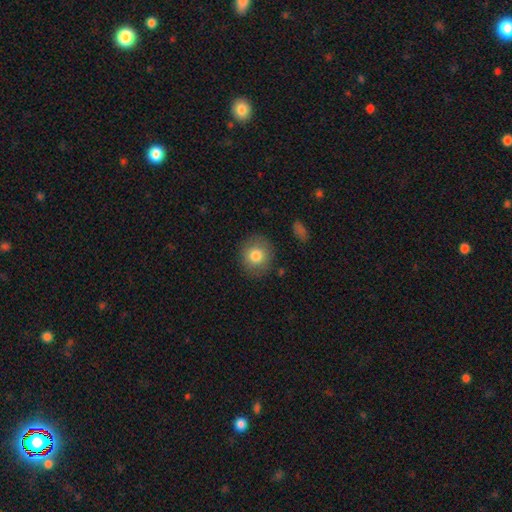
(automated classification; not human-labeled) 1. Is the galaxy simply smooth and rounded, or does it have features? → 81% smooth, 10% featured or disk, 9% star or artifact.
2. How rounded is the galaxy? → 88% round, 11% in between, 1% cigar-shaped.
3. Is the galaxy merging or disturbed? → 86% none, 10% minor disturbance, 3% major disturbance, 2% merger.